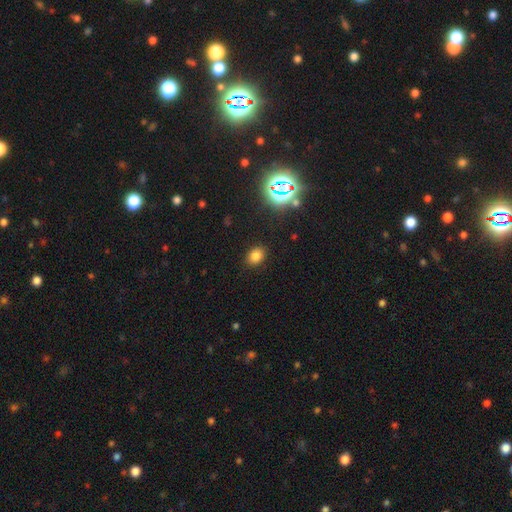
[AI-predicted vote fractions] smooth-or-featured: smooth: 75% | star or artifact: 19% | featured or disk: 6%
  how-rounded: in between: 58% | round: 41% | cigar-shaped: 1%
  merging: none: 87% | minor disturbance: 9% | major disturbance: 3% | merger: 1%